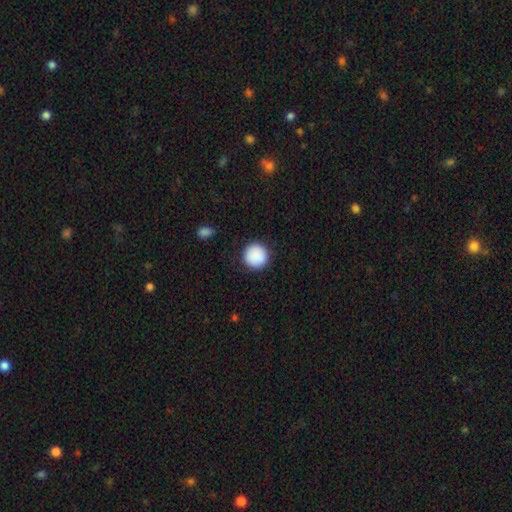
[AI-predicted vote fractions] This appears to be a smooth galaxy with no disk features (90%) that is round (95%). Merging: none (90%).